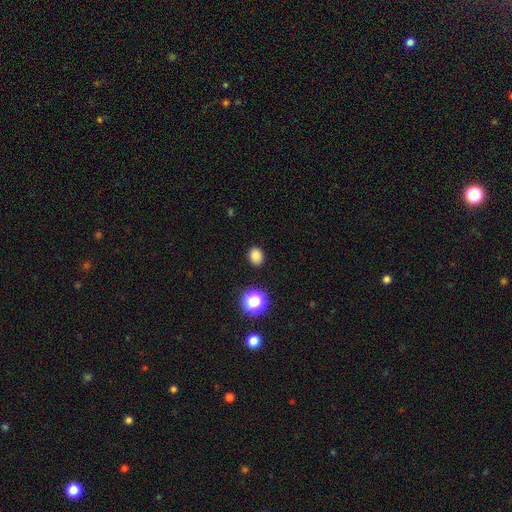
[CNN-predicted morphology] A smooth galaxy with no disk features (82%) that is round (54%). Merging: none (87%).